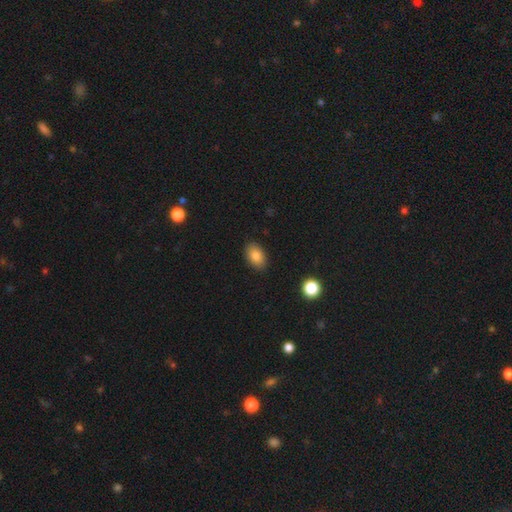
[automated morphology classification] Smooth or featured? Predicted: smooth (p=0.84). How rounded? Predicted: in between (p=0.89). Merging? Predicted: none (p=0.87).